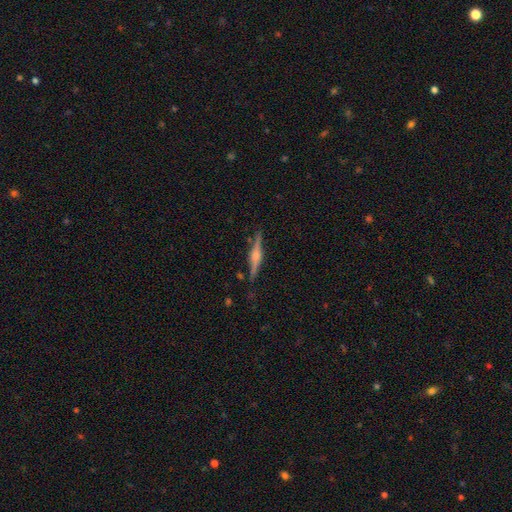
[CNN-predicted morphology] Smooth or featured? featured or disk (76%)
Edge-on disk? yes (98%)
Edge-on bulge? rounded (78%)
Merging? none (86%)